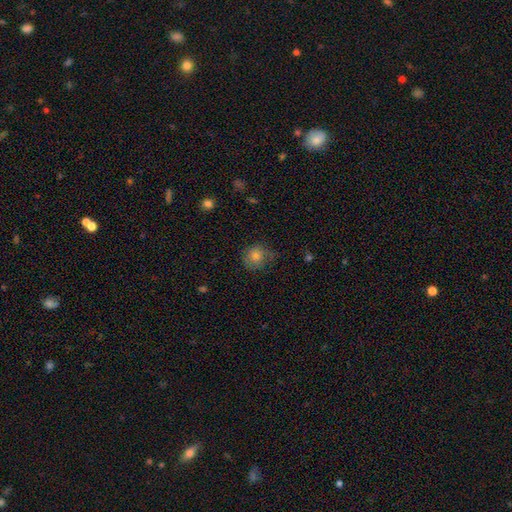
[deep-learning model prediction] smooth 70%, featured or disk 15%, star or artifact 15%. Down the decision tree: how rounded — round (85%); merging — none (68%).